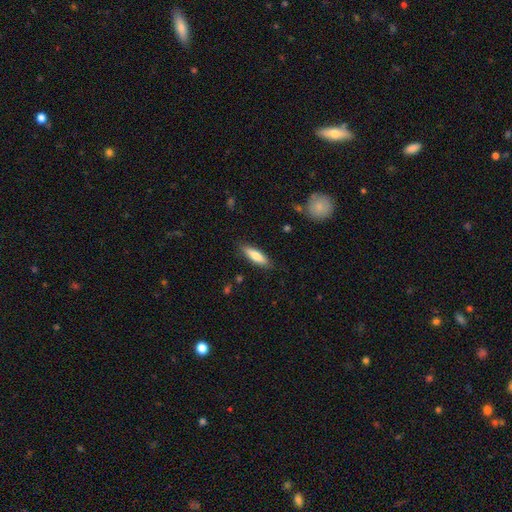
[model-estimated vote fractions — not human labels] Overall: smooth (73%). How rounded: cigar-shaped (56%; in between 42%). Merging: none (86%).